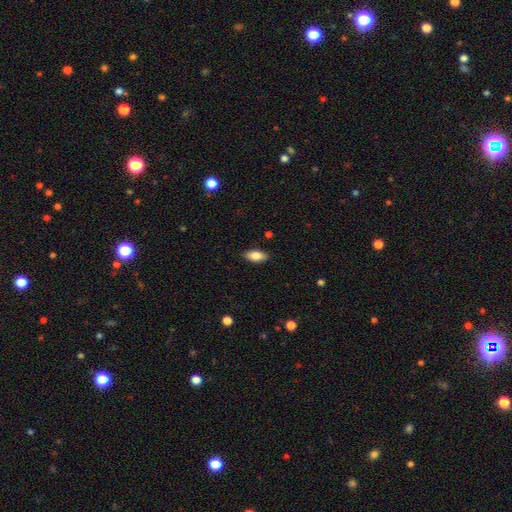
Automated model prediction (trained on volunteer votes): Morphology: type=smooth (80%); roundness=in between (88%); merging=none (87%).